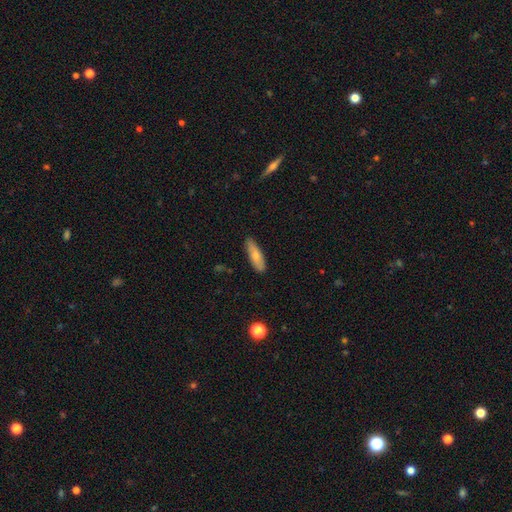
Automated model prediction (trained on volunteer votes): Overall: smooth (74%). How rounded: in between (50%; cigar-shaped 48%). Merging: none (84%).